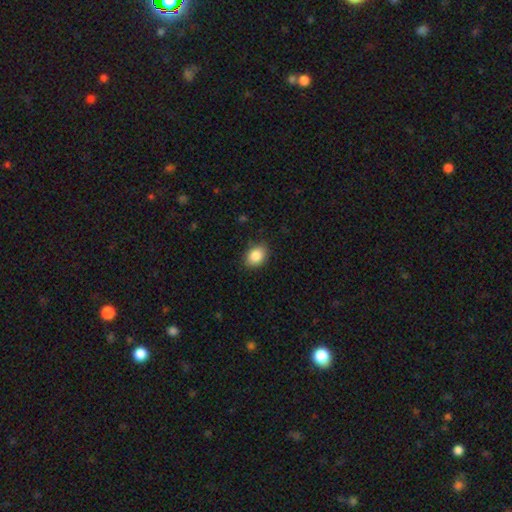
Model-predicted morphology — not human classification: type=smooth (87%); roundness=in between (69%); merging=none (85%).